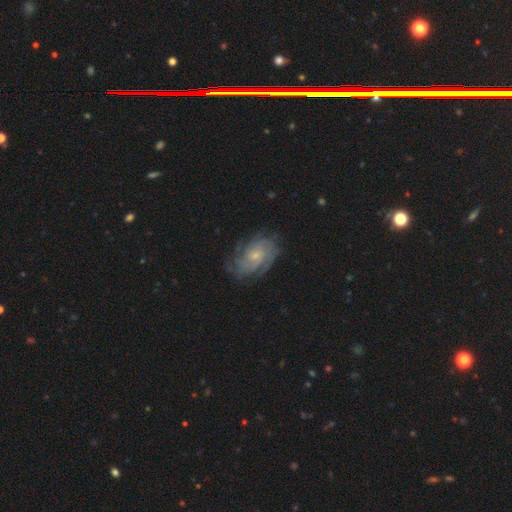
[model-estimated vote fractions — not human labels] The model was most divided on "spiral arm count": can't tell: 34%, 2: 22%, 3: 20%, 4: 12%, more than 4: 6%, 1: 6%. More confident: edge-on disk — no (97%); spiral arms — yes (95%); smooth or featured — featured or disk (81%); merging — none (73%); bar — no (72%); bulge size — small (63%); spiral winding — tight (60%).